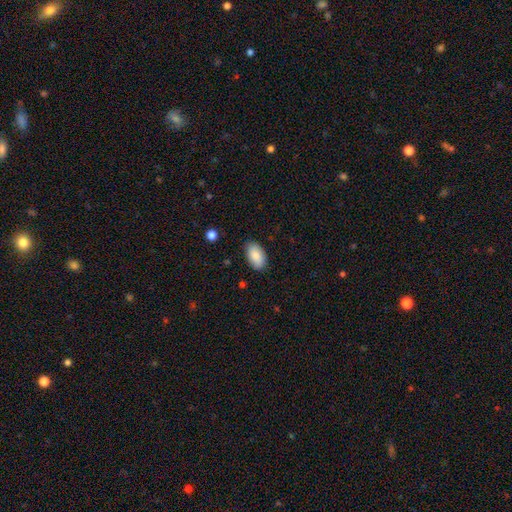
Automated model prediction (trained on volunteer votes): Q: Smooth or featured?
A: smooth (86%); runner-up: featured or disk (8%)
Q: How rounded?
A: in between (95%); runner-up: round (4%)
Q: Merging?
A: none (84%); runner-up: minor disturbance (12%)